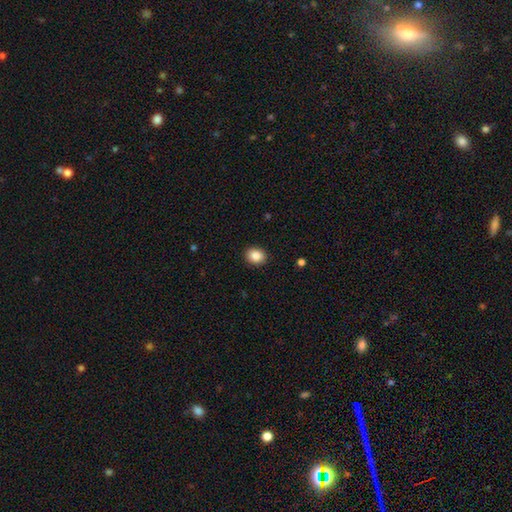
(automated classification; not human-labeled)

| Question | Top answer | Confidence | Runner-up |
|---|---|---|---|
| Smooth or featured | smooth | 86% | star or artifact (9%) |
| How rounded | round | 58% | in between (41%) |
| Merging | none | 91% | minor disturbance (6%) |